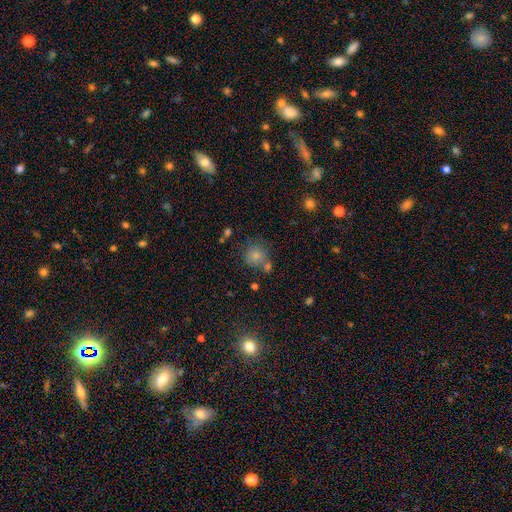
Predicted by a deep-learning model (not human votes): Smooth or featured: smooth — 79% (star or artifact — 12%)
How rounded: round — 86% (in between — 13%)
Merging: none — 59% (merger — 21%)